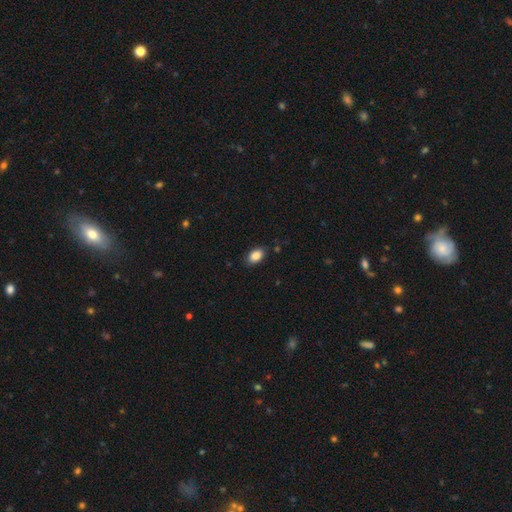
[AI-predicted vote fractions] smooth_or_featured: smooth (p=0.87) [alt: star or artifact p=0.08]
how_rounded: in between (p=0.89) [alt: round p=0.09]
merging: none (p=0.84) [alt: minor disturbance p=0.12]